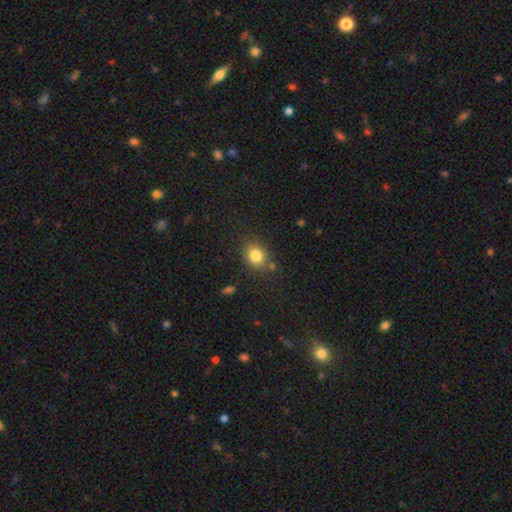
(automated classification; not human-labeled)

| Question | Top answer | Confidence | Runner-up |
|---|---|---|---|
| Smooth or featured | smooth | 83% | star or artifact (10%) |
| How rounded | round | 54% | in between (45%) |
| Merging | none | 78% | minor disturbance (13%) |